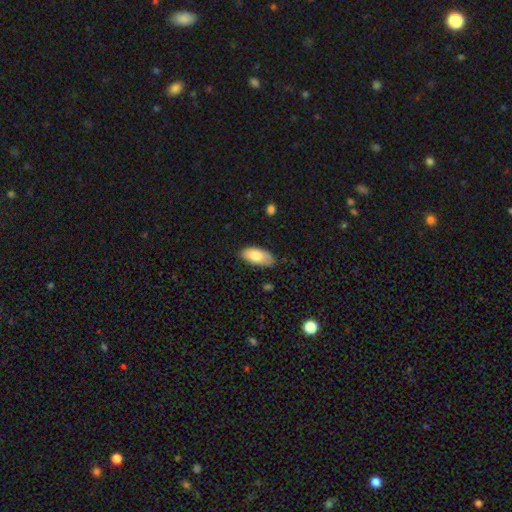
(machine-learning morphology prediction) smooth_or_featured: smooth (p=0.76) [alt: featured or disk p=0.17]
how_rounded: in between (p=0.92) [alt: cigar-shaped p=0.05]
merging: none (p=0.74) [alt: minor disturbance p=0.21]